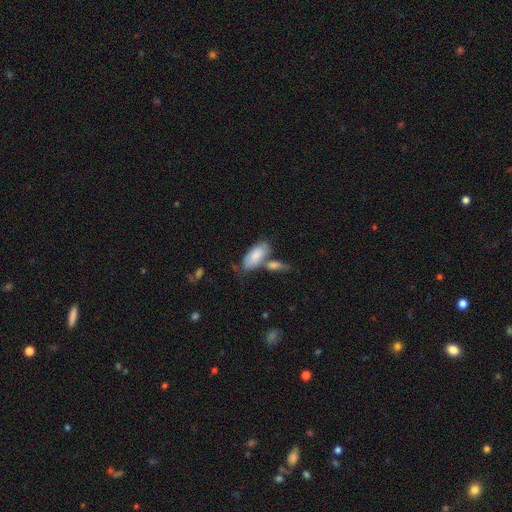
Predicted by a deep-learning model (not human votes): Morphology: type=smooth (81%); roundness=in between (91%); merging=none (50%).